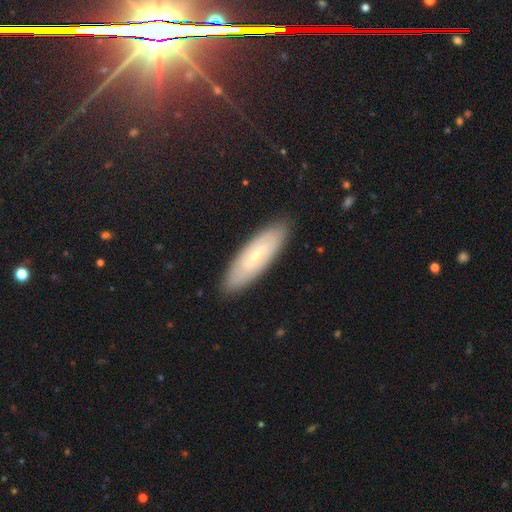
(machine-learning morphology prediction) Smooth or featured: featured or disk — 59% (smooth — 34%)
Edge-on disk: no — 73% (yes — 27%)
Merging: none — 88% (minor disturbance — 9%)